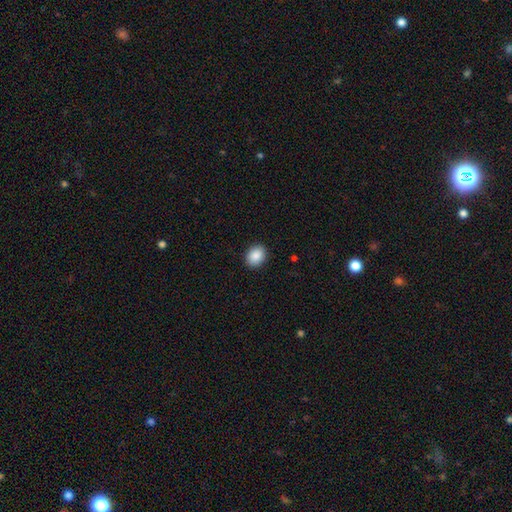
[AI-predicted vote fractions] Morphology: type=smooth (89%); roundness=in between (55%); merging=none (91%).